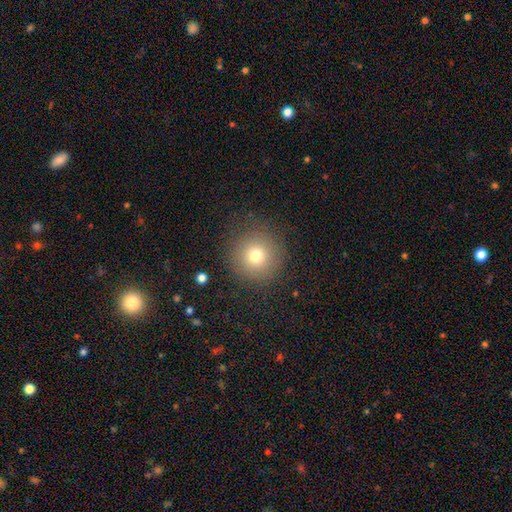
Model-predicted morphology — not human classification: smooth-or-featured: smooth: 74% | star or artifact: 14% | featured or disk: 12%
  how-rounded: round: 96% | in between: 3% | cigar-shaped: 1%
  merging: none: 86% | minor disturbance: 8% | major disturbance: 4% | merger: 1%